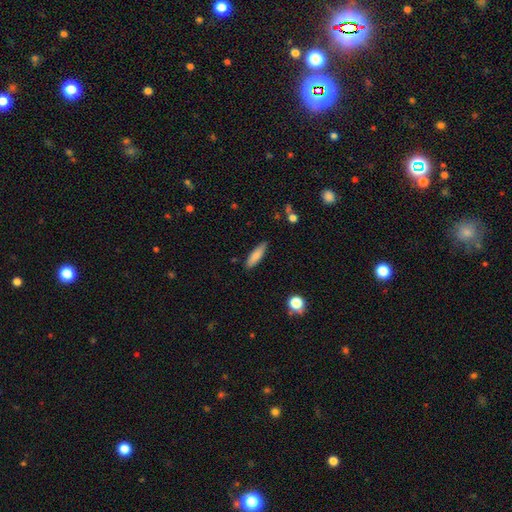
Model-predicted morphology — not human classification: This appears to be a smooth galaxy with no disk features (83%) that is cigar-shaped (64%). Merging: none (86%).